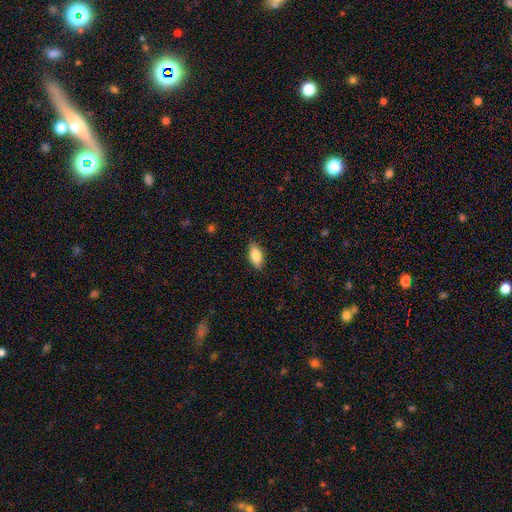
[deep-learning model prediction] This is clearly a smooth galaxy (81%). How rounded: clearly in between (85%). Merging: clearly none (86%).